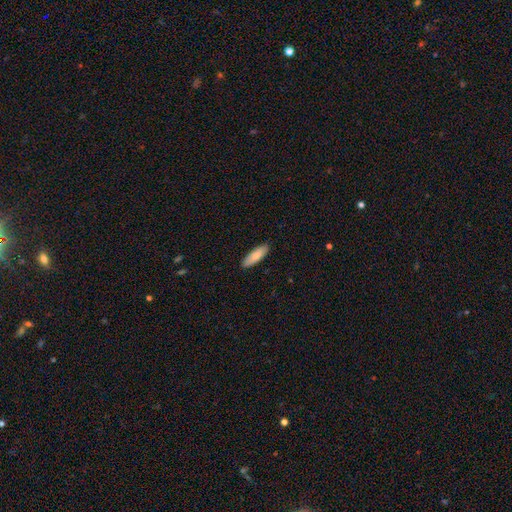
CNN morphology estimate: A smooth galaxy with no disk features (82%) that is cigar-shaped (52%).

Vote fractions:
- Smooth or featured? smooth: 82% / featured or disk: 13% / star or artifact: 5%
- How rounded? cigar-shaped: 52% / in between: 46% / round: 2%
- Merging? none: 90% / minor disturbance: 8% / major disturbance: 1% / merger: 1%